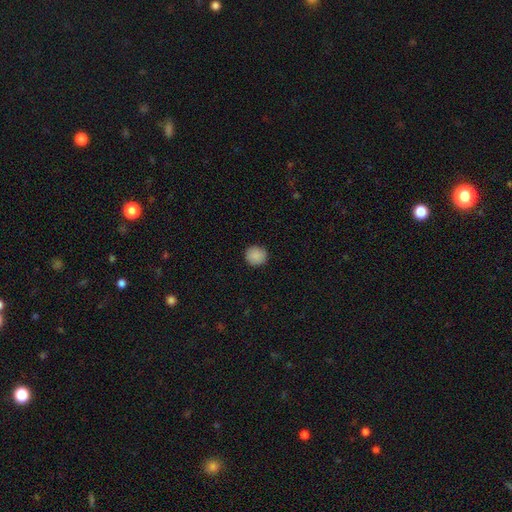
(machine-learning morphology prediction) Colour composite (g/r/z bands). It shows a smooth galaxy with no disk features (89%) that is round (91%). Merging: none (91%).